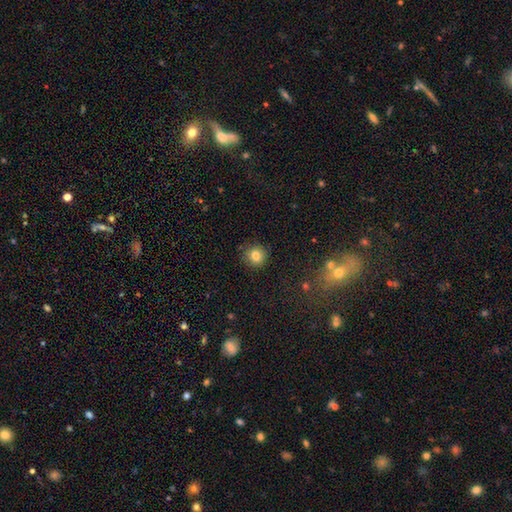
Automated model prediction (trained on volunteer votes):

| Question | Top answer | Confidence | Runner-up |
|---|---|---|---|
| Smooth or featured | smooth | 82% | star or artifact (11%) |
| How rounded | round | 90% | in between (9%) |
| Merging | none | 87% | minor disturbance (9%) |